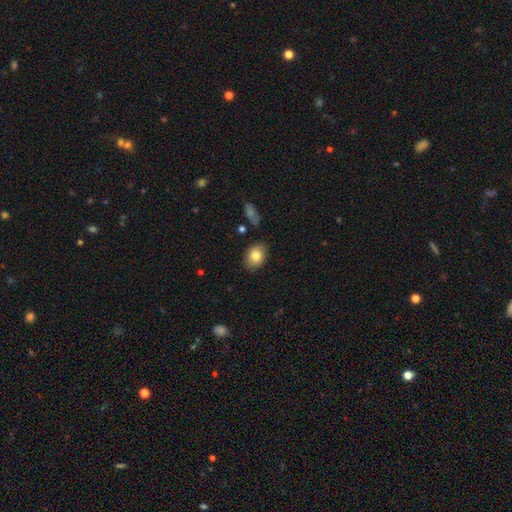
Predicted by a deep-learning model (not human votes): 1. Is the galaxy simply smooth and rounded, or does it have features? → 81% smooth, 11% featured or disk, 8% star or artifact.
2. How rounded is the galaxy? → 73% in between, 26% round, 1% cigar-shaped.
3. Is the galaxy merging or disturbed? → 83% none, 13% minor disturbance, 3% major disturbance, 2% merger.